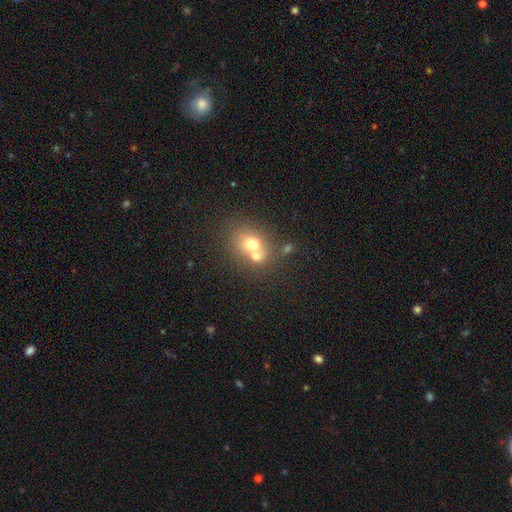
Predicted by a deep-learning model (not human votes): A smooth galaxy with no disk features (66%) that is round (64%). Merging: merger (57%).